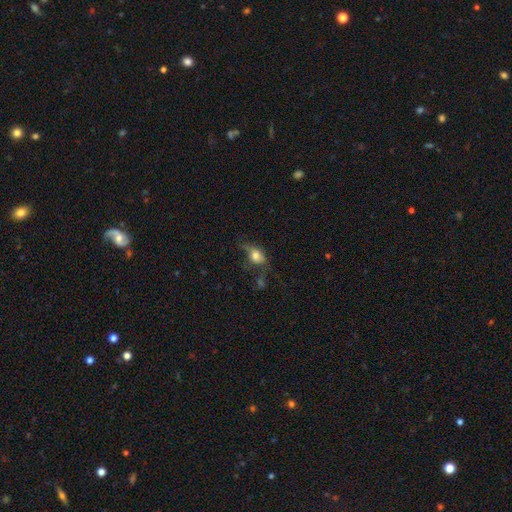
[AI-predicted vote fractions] Overall: smooth (73%). How rounded: in between (70%). Merging: none (35%; major disturbance 30%).